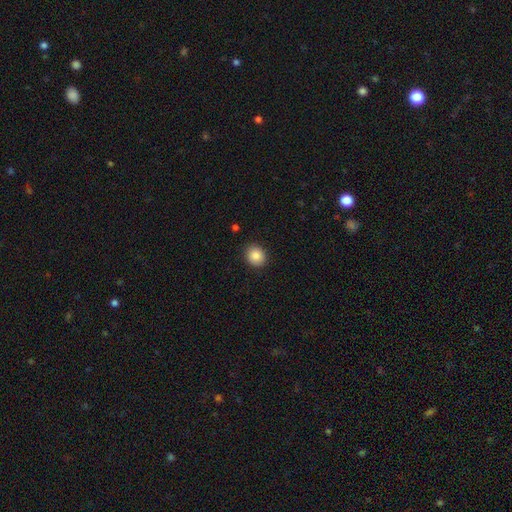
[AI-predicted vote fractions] This is clearly a smooth galaxy (87%). How rounded: likely round (77%). Merging: clearly none (90%).